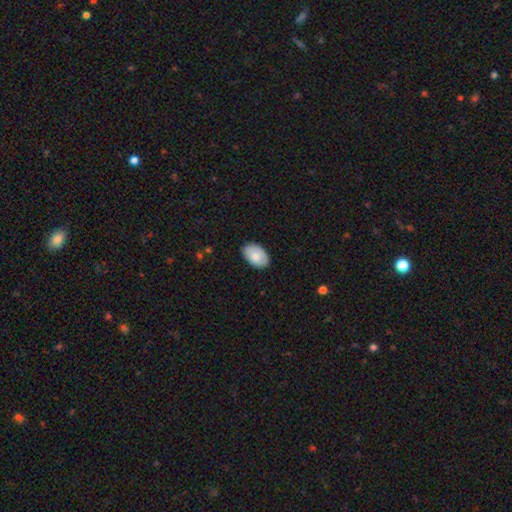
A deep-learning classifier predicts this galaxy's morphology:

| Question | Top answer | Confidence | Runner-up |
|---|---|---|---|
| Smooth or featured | smooth | 83% | featured or disk (11%) |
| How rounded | in between | 92% | round (6%) |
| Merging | none | 85% | minor disturbance (12%) |